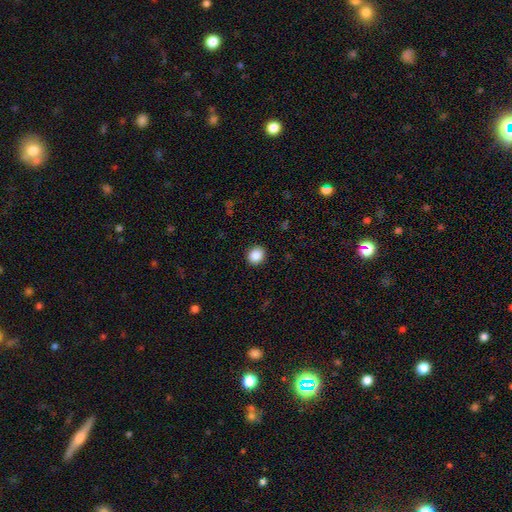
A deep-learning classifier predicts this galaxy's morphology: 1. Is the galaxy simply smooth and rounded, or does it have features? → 88% smooth, 9% star or artifact, 3% featured or disk.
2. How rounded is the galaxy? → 72% round, 27% in between, 1% cigar-shaped.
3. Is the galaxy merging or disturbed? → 91% none, 6% minor disturbance, 2% major disturbance, 1% merger.